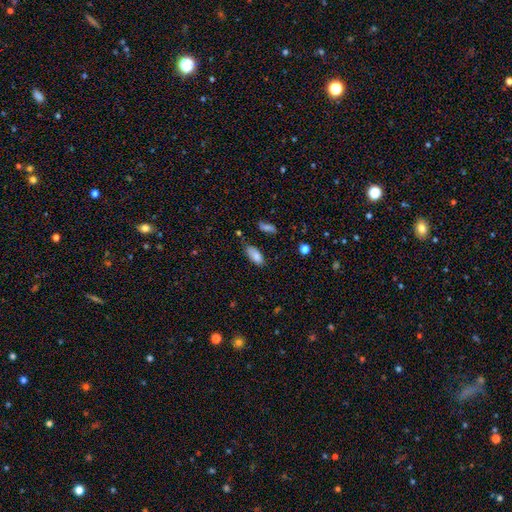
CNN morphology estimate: Smooth or featured: smooth — 83% (featured or disk — 8%)
How rounded: in between — 85% (cigar-shaped — 12%)
Merging: none — 60% (minor disturbance — 29%)